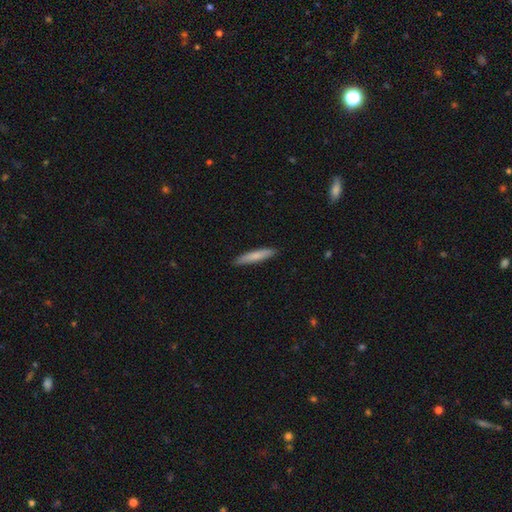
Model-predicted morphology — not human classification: type=smooth (77%); roundness=cigar-shaped (91%); merging=none (90%).